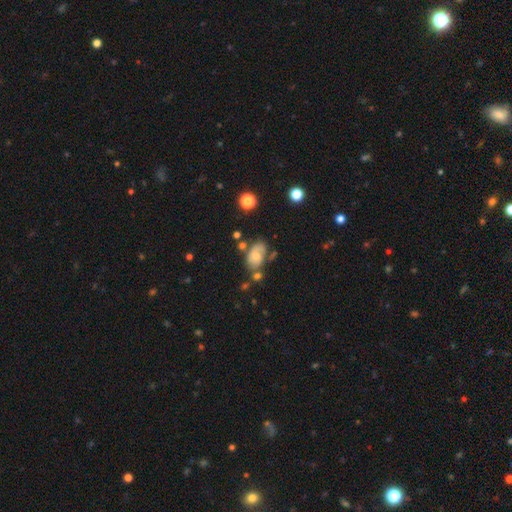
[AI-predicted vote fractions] Q: Smooth or featured?
A: featured or disk (50%); runner-up: smooth (39%)
Q: Edge-on disk?
A: no (96%); runner-up: yes (4%)
Q: Merging?
A: none (46%); runner-up: minor disturbance (27%)